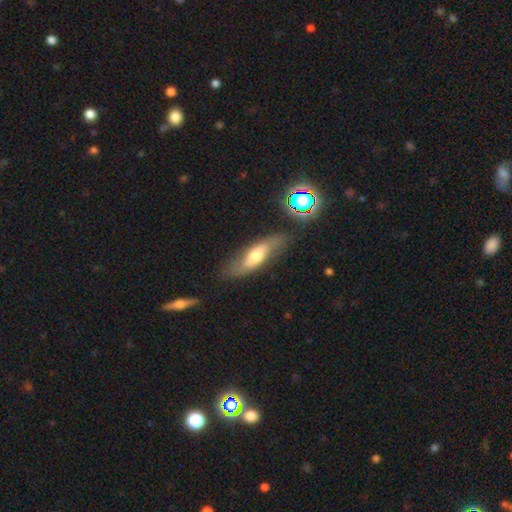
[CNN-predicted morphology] Overall: smooth (49%; featured or disk 42%). Merging: none (72%).